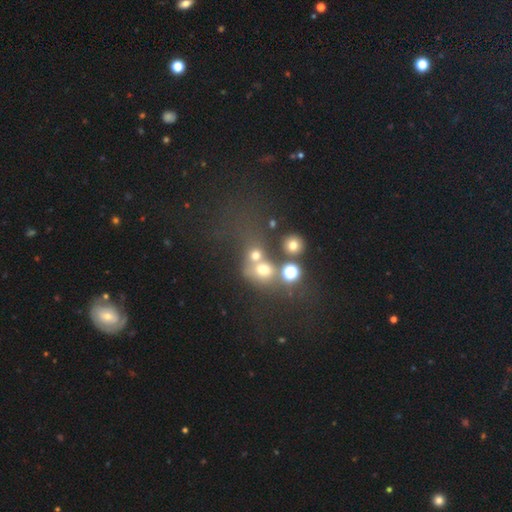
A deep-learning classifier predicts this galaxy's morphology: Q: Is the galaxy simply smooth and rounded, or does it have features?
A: smooth — 65%.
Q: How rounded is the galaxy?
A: round — 76%.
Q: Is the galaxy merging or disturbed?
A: merger — 43%.